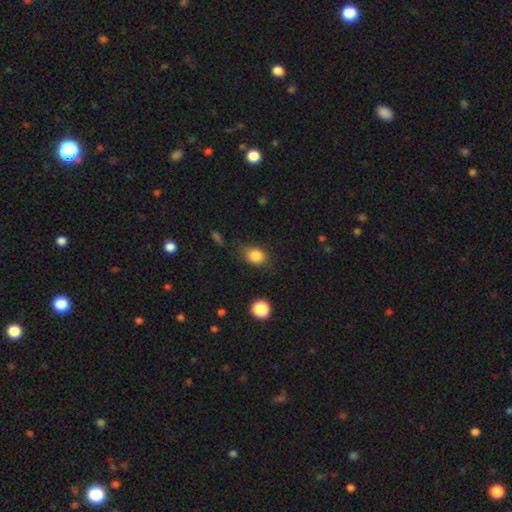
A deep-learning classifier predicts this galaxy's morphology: Q: Smooth or featured?
A: smooth (83%); runner-up: star or artifact (10%)
Q: How rounded?
A: in between (57%); runner-up: round (41%)
Q: Merging?
A: none (66%); runner-up: minor disturbance (25%)